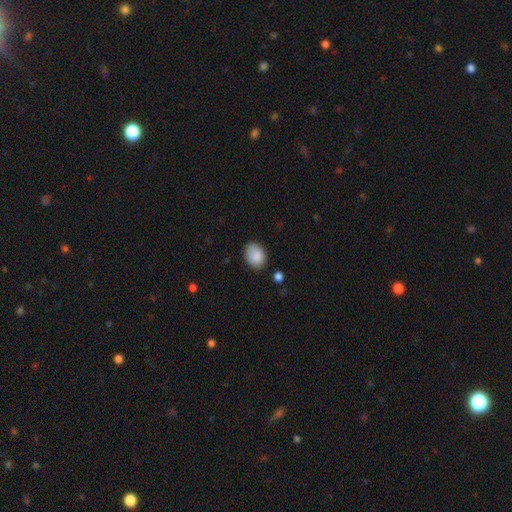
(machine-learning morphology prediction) Smooth or featured? Predicted: smooth (p=0.88). How rounded? Predicted: in between (p=0.76). Merging? Predicted: none (p=0.75).